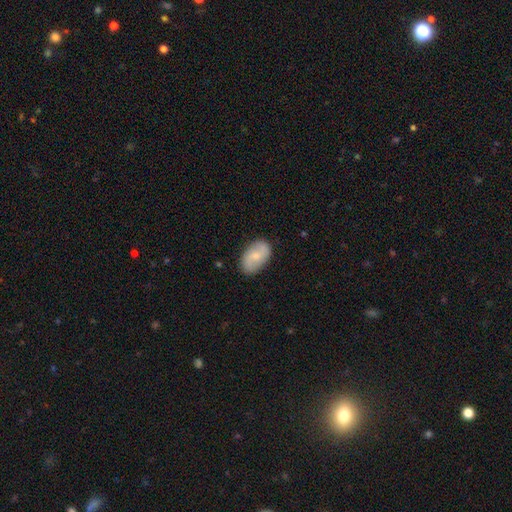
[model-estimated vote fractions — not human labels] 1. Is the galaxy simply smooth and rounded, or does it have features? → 52% smooth, 42% featured or disk, 6% star or artifact.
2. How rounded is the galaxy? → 92% in between, 6% round, 2% cigar-shaped.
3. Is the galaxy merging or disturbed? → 84% none, 12% minor disturbance, 3% major disturbance, 1% merger.